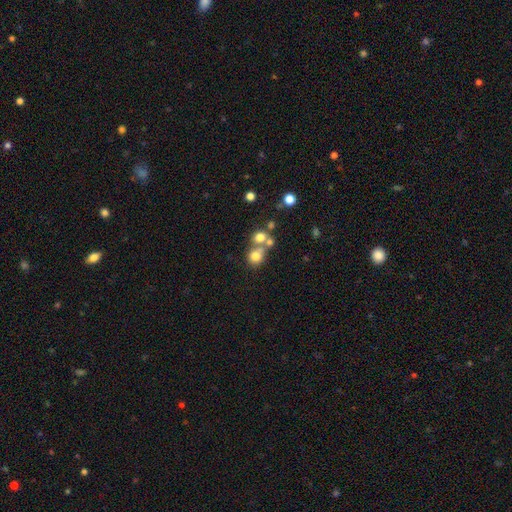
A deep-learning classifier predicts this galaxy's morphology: Overall: smooth (72%). How rounded: round (83%). Merging: none (46%; merger 42%).